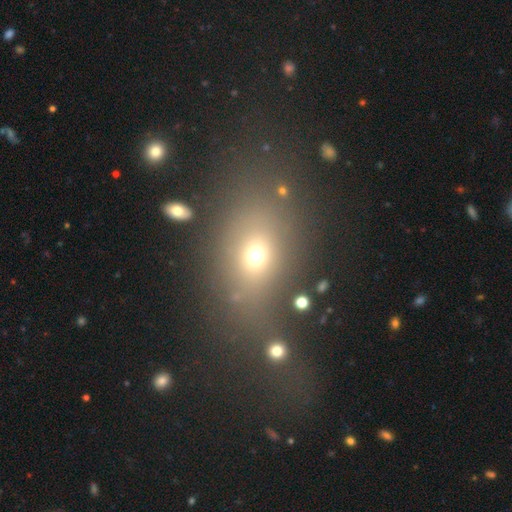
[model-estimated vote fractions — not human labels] smooth_or_featured: smooth (p=0.64) [alt: star or artifact p=0.20]
how_rounded: in between (p=0.66) [alt: round p=0.30]
merging: none (p=0.63) [alt: minor disturbance p=0.15]